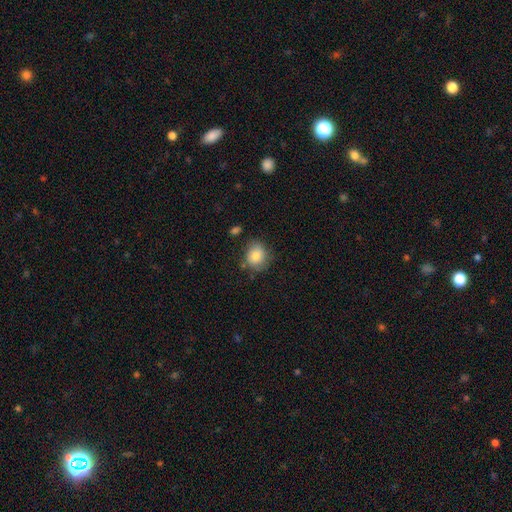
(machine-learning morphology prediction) This appears to be a smooth galaxy with no disk features (81%) that is round (71%). Merging: none (72%).